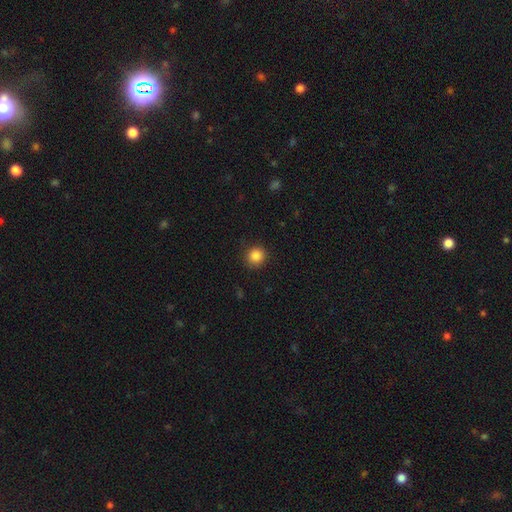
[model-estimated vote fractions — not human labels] Q: Smooth or featured?
A: smooth (86%); runner-up: star or artifact (10%)
Q: How rounded?
A: round (92%); runner-up: in between (7%)
Q: Merging?
A: none (89%); runner-up: minor disturbance (7%)